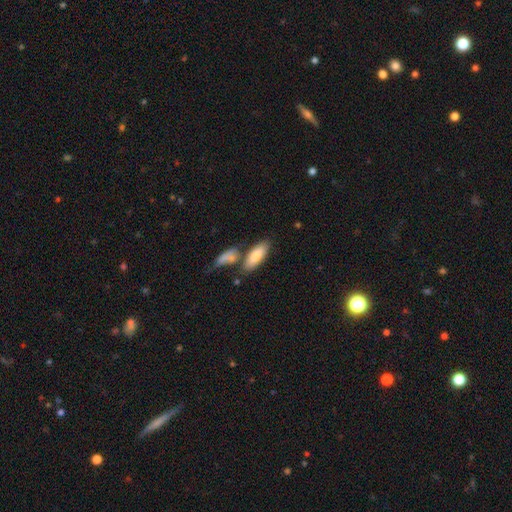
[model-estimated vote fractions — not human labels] Smooth or featured?
  - smooth: 81% *
  - featured or disk: 13%
  - star or artifact: 6%
How rounded?
  - in between: 75% *
  - cigar-shaped: 23%
  - round: 2%
Merging?
  - none: 55% *
  - merger: 27%
  - minor disturbance: 13%
  - major disturbance: 5%